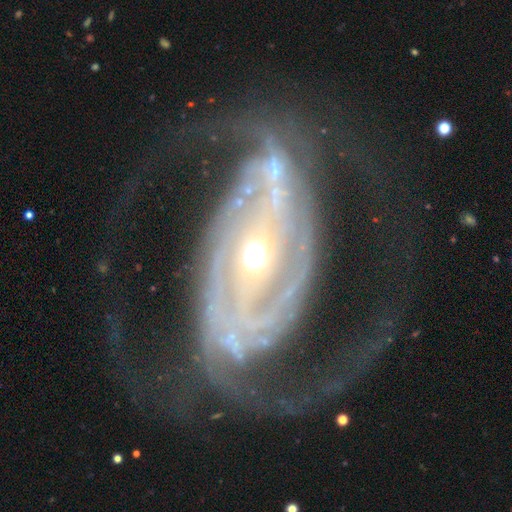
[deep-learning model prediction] Morphology: type=featured or disk (91%); edge-on=no (95%); bar=strong (59%); spiral arms=yes (93%); winding=medium (43%); arm count=2 (74%); bulge=small (54%); merging=none (59%).